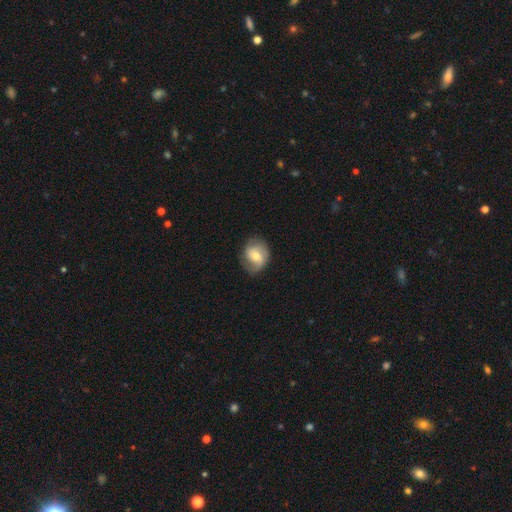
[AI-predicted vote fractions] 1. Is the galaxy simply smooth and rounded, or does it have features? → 62% featured or disk, 31% smooth, 7% star or artifact.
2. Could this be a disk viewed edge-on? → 97% no, 3% yes.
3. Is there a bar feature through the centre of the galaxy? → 46% no, 42% weak, 12% strong.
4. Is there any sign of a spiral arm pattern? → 88% yes, 12% no.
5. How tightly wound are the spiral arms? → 44% medium, 30% tight, 26% loose.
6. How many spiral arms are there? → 67% 2, 14% can't tell, 9% 3, 7% 1, 2% 4, 2% more than 4.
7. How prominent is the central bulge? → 63% moderate, 30% small, 5% large, 1% none, 1% dominant.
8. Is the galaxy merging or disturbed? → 74% none, 19% minor disturbance, 6% major disturbance, 1% merger.